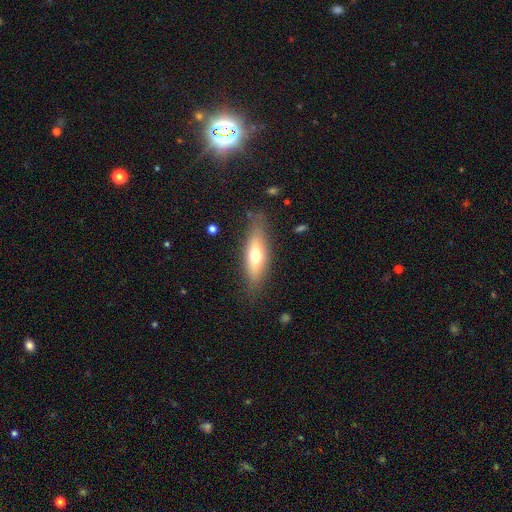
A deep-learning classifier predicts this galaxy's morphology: smooth-or-featured: smooth: 60% | featured or disk: 34% | star or artifact: 7%
  how-rounded: cigar-shaped: 51% | in between: 46% | round: 3%
  merging: none: 79% | minor disturbance: 14% | major disturbance: 5% | merger: 2%